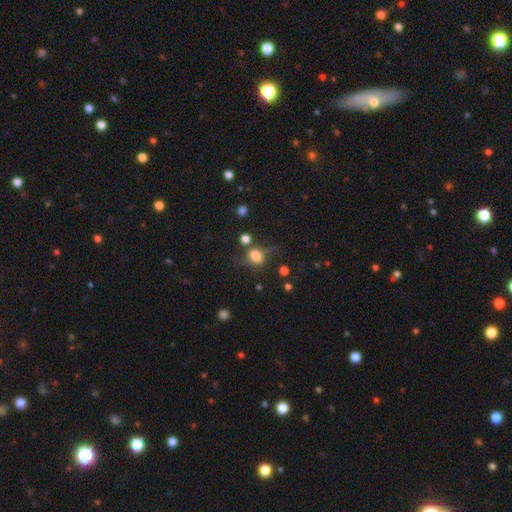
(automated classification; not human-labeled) Smooth or featured? smooth (71%)
How rounded? in between (51%)
Merging? none (50%)